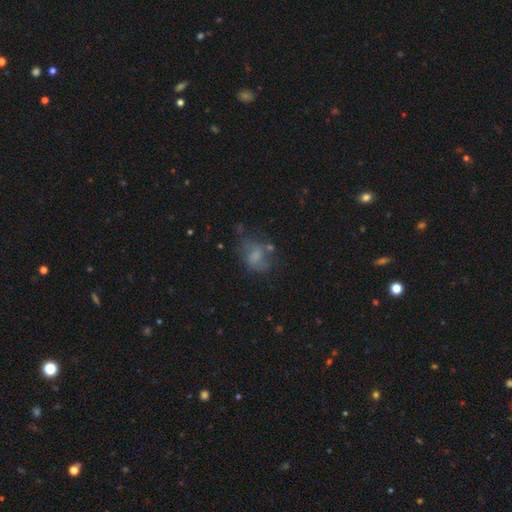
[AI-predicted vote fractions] Smooth or featured? Predicted: smooth (p=0.51). How rounded? Predicted: in between (p=0.60). Merging? Predicted: none (p=0.42).